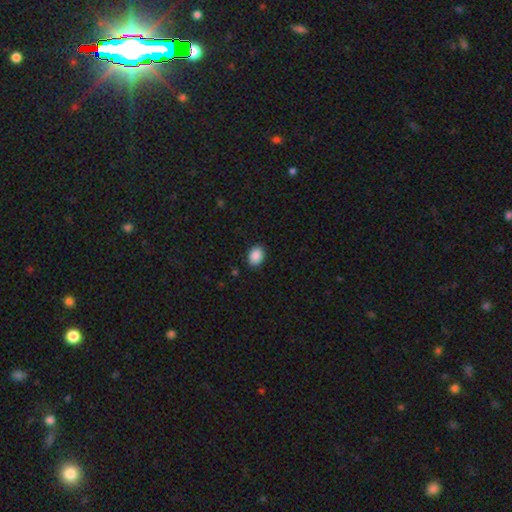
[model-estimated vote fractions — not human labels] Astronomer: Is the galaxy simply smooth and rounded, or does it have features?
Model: smooth — 90%.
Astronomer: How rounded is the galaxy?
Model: in between — 75%.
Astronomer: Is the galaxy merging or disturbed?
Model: none — 89%.